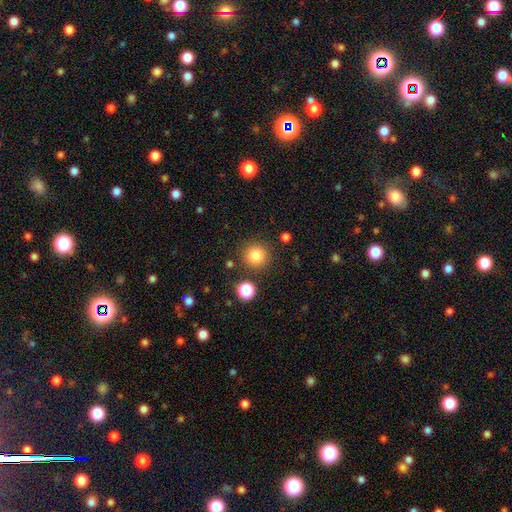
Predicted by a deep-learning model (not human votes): smooth_or_featured: smooth (p=0.82) [alt: star or artifact p=0.12]
how_rounded: round (p=0.95) [alt: in between p=0.04]
merging: none (p=0.87) [alt: minor disturbance p=0.07]